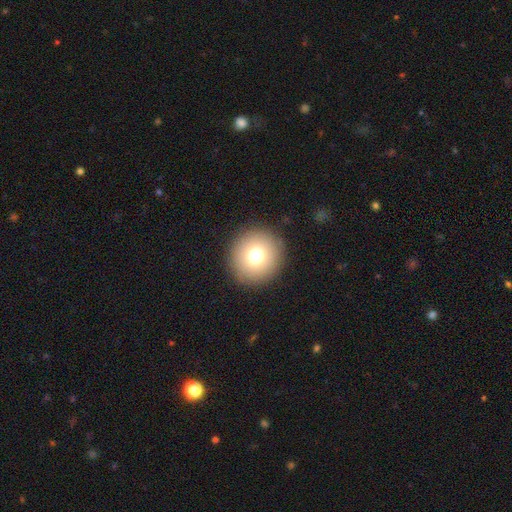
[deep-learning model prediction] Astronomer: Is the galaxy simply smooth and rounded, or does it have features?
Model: smooth — 75%.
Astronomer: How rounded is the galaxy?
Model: round — 93%.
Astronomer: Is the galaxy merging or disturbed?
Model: none — 91%.